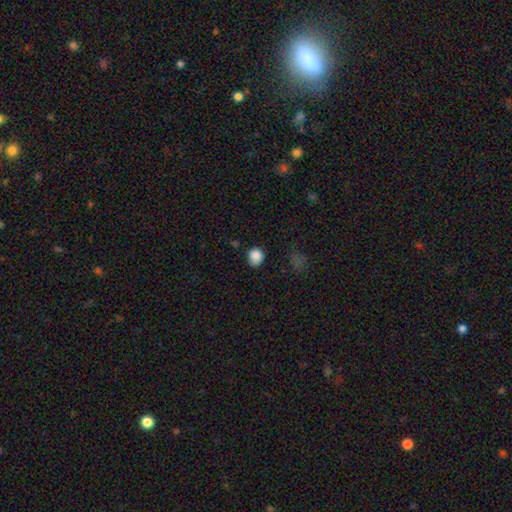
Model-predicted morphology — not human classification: smooth 86%, star or artifact 10%, featured or disk 4%. Down the decision tree: how rounded — round (78%); merging — none (72%).